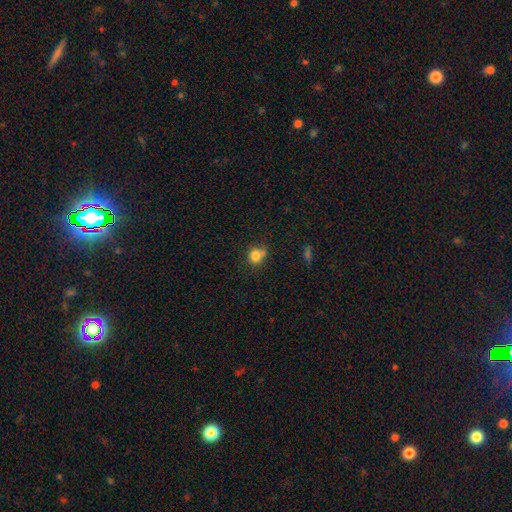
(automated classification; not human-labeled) Morphology: type=smooth (79%); roundness=round (75%); merging=none (50%).